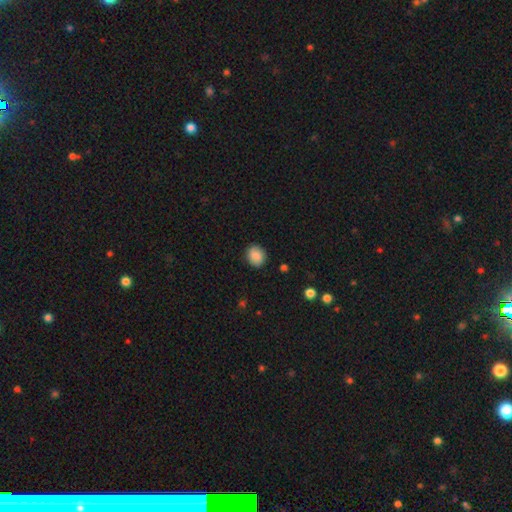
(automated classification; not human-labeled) A smooth galaxy with no disk features (88%) that is round (68%). Merging: none (88%).